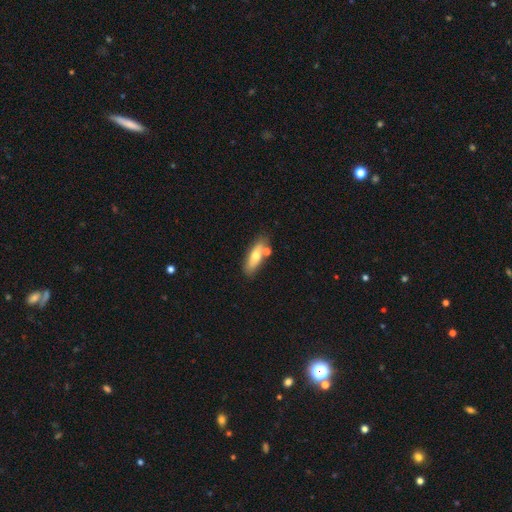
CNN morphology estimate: A smooth galaxy with no disk features (61%) that is in between round and cigar-shaped (57%).

Vote fractions:
- Smooth or featured? smooth: 61% / featured or disk: 32% / star or artifact: 7%
- How rounded? in between: 57% / cigar-shaped: 39% / round: 4%
- Merging? none: 68% / merger: 14% / minor disturbance: 14% / major disturbance: 4%